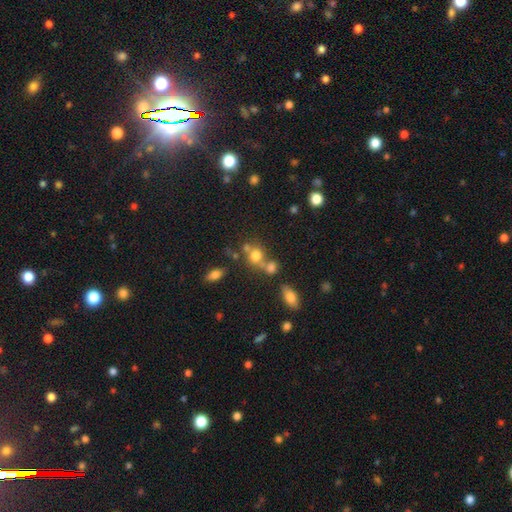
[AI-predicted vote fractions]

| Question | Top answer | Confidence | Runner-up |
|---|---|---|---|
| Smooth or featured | smooth | 71% | star or artifact (15%) |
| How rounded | round | 72% | in between (26%) |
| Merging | none | 42% | merger (41%) |